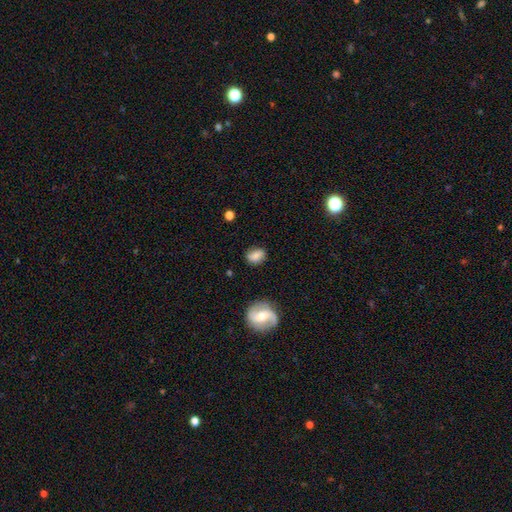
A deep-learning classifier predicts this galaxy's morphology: A smooth galaxy with no disk features (72%) that is in between round and cigar-shaped (60%). Merging: none (76%).